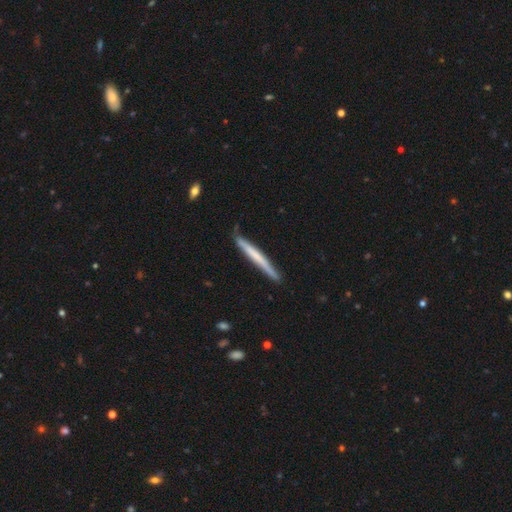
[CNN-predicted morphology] A smooth galaxy with no disk features (52%) that is cigar-shaped (97%).

Vote fractions:
- Smooth or featured? smooth: 52% / featured or disk: 43% / star or artifact: 5%
- How rounded? cigar-shaped: 97% / in between: 2% / round: 1%
- Merging? none: 82% / minor disturbance: 14% / major disturbance: 2% / merger: 2%